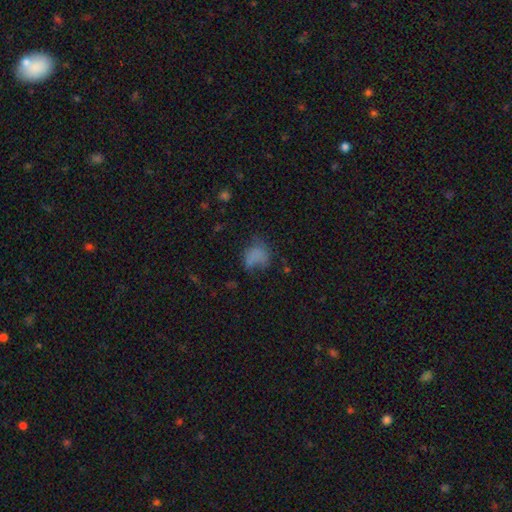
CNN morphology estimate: Q: Smooth or featured?
A: smooth (68%); runner-up: featured or disk (16%)
Q: How rounded?
A: in between (50%); runner-up: round (49%)
Q: Merging?
A: none (37%); runner-up: major disturbance (29%)